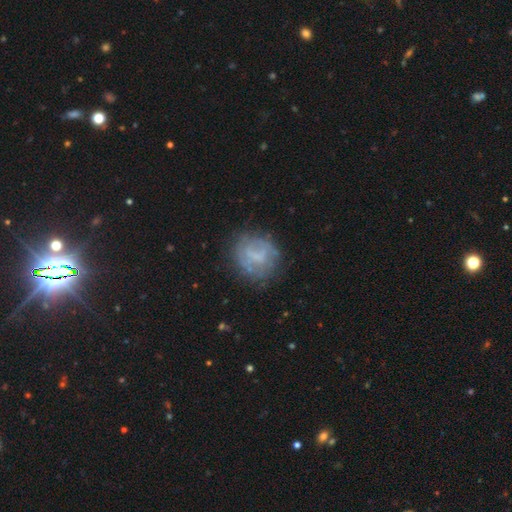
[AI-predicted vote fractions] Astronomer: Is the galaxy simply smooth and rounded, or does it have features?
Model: featured or disk — 52% (runner-up: smooth, 37%).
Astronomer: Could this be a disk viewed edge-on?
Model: no — 97%.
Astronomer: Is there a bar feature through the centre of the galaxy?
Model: no — 50% (runner-up: weak, 36%).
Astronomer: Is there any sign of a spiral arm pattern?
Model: no — 60% (runner-up: yes, 40%).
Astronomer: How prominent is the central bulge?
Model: none — 55%.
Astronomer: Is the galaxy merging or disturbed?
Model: none — 68%.